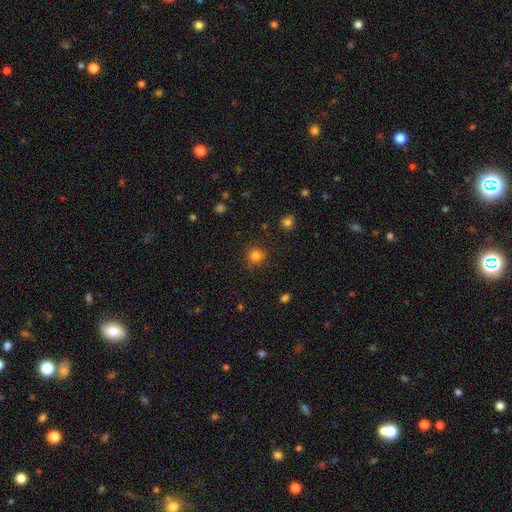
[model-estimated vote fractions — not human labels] The model was most divided on "smooth or featured": smooth: 82%, star or artifact: 13%, featured or disk: 5%. More confident: how rounded — round (91%); merging — none (87%).